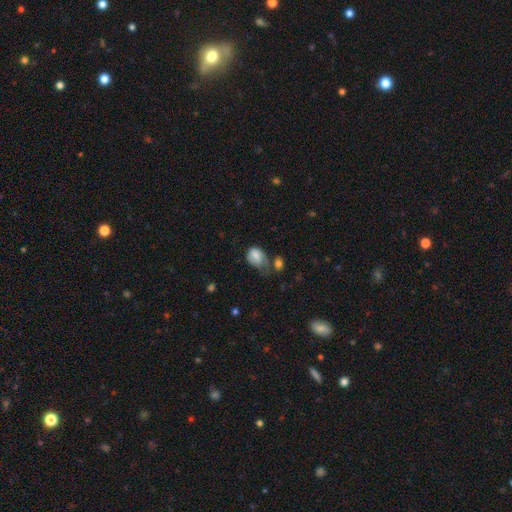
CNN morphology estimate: Smooth or featured?
  - smooth: 76% *
  - featured or disk: 16%
  - star or artifact: 8%
How rounded?
  - in between: 66% *
  - round: 33%
  - cigar-shaped: 1%
Merging?
  - minor disturbance: 33% *
  - none: 32%
  - major disturbance: 20%
  - merger: 15%